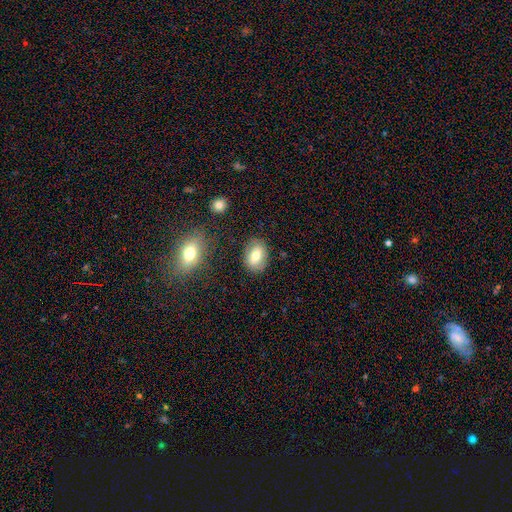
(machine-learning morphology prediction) The model was most divided on "smooth or featured": smooth: 69%, featured or disk: 22%, star or artifact: 9%. More confident: merging — none (81%); how rounded — in between (78%).